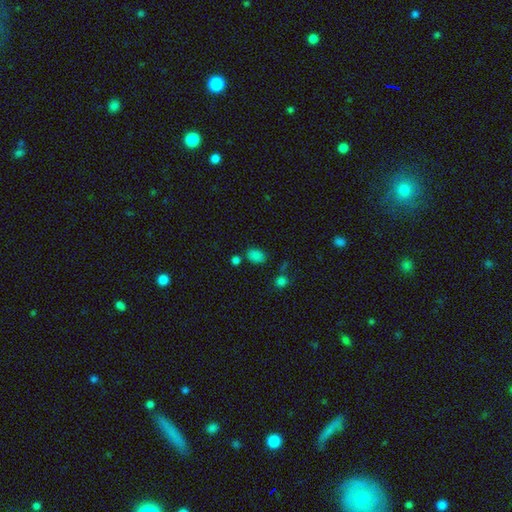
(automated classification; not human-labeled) Morphology: type=smooth (80%); roundness=in between (74%); merging=none (72%).